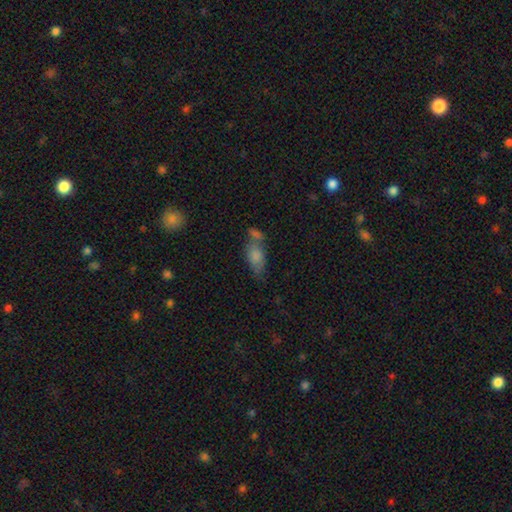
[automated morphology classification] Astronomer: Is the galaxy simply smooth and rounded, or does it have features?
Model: smooth — 78%.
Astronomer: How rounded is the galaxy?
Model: in between — 85%.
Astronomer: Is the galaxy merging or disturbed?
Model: merger — 38% (runner-up: none, 36%).